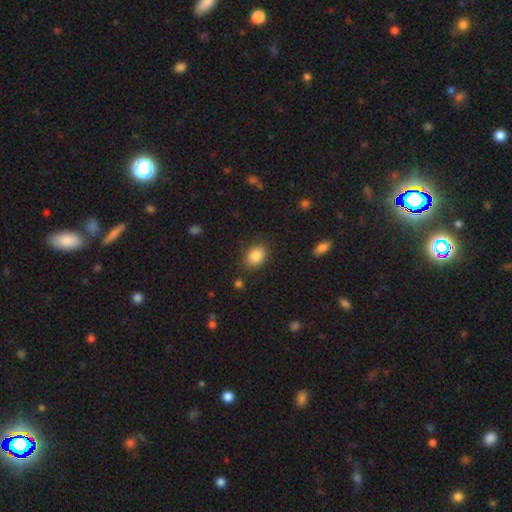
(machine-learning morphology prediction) A smooth galaxy with no disk features (86%) that is in between round and cigar-shaped (61%). Merging: none (84%).